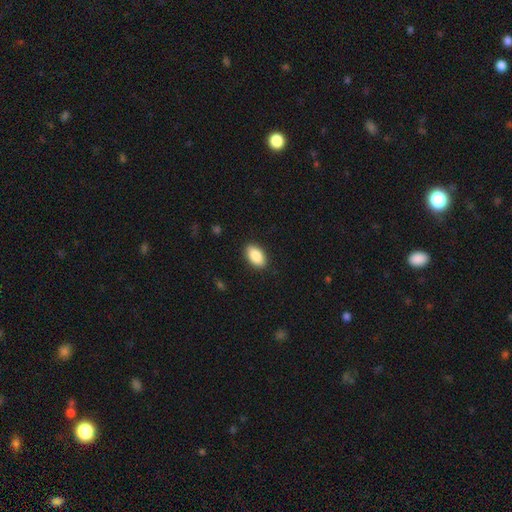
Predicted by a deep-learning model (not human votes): A smooth galaxy with no disk features (87%) that is in between round and cigar-shaped (93%). Merging: none (89%).